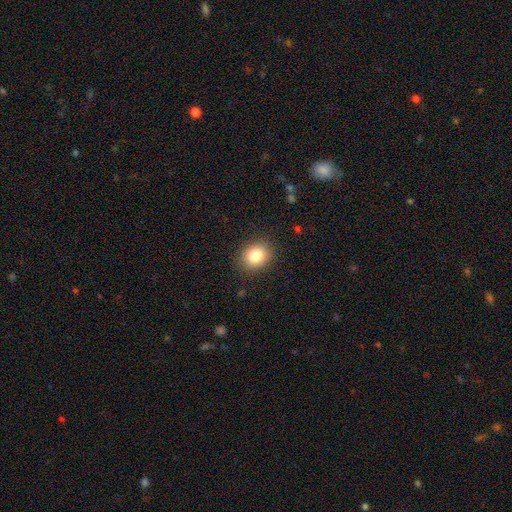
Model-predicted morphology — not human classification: Smooth or featured: smooth — 84% (star or artifact — 9%)
How rounded: round — 58% (in between — 41%)
Merging: none — 87% (minor disturbance — 9%)